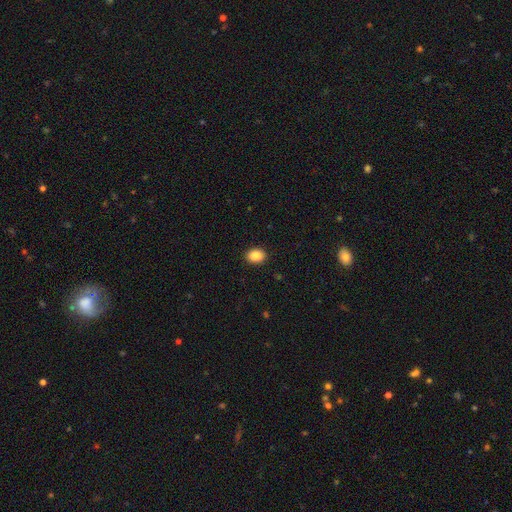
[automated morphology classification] Smooth or featured: smooth — 89% (star or artifact — 8%)
How rounded: in between — 68% (round — 31%)
Merging: none — 91% (minor disturbance — 6%)